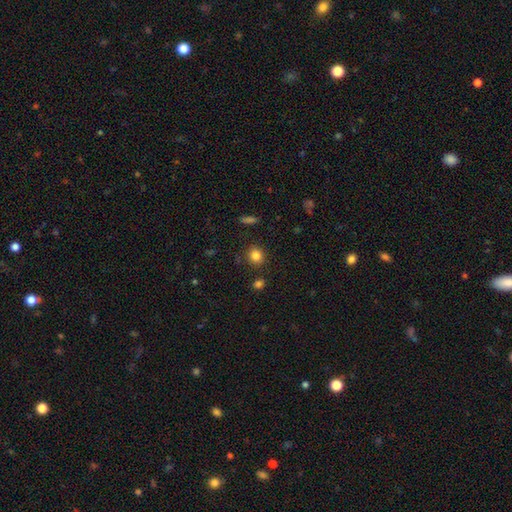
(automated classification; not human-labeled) Overall: smooth (84%). How rounded: round (80%). Merging: none (86%).